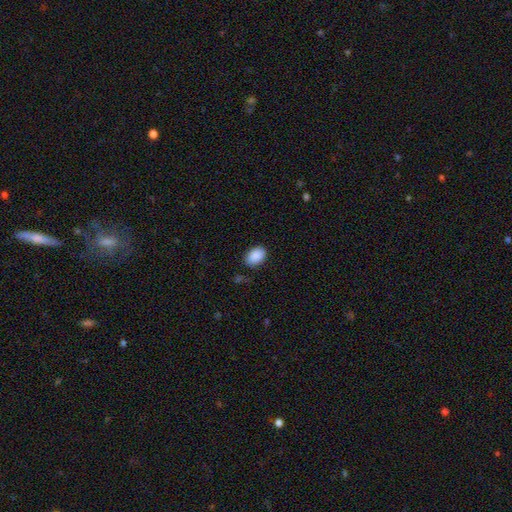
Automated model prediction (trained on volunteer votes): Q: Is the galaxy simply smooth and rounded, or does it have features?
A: smooth — 90%.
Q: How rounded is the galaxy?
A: in between — 87%.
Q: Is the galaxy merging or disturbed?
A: none — 81%.